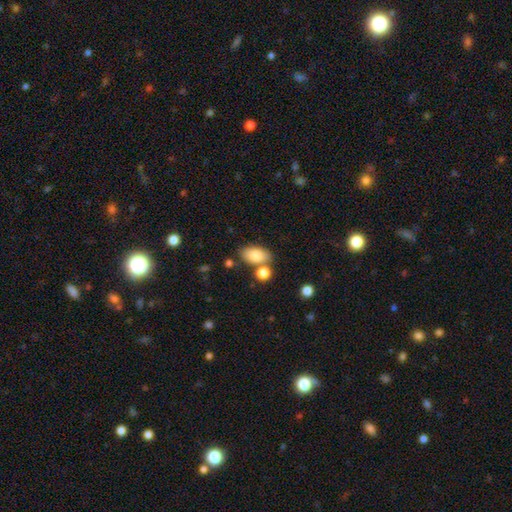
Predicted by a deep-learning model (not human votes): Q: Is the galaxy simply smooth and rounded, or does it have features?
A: smooth — 84%.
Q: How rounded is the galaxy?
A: in between — 90%.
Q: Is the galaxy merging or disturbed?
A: none — 68%.